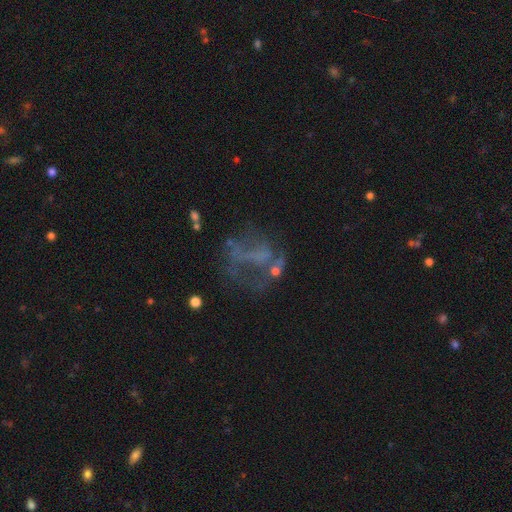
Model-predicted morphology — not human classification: smooth-or-featured: featured or disk: 53% | star or artifact: 29% | smooth: 18%
  disk-edge-on: no: 96% | yes: 4%
    bar: no: 74% | weak: 17% | strong: 9%
    has-spiral-arms: no: 76% | yes: 24%
    bulge-size: none: 77% | small: 14% | moderate: 6% | large: 2% | dominant: 1%
  merging: none: 39% | major disturbance: 38% | minor disturbance: 15% | merger: 9%